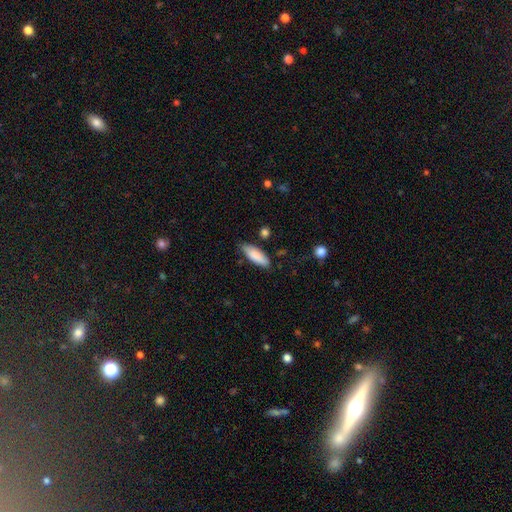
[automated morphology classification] Smooth or featured? Predicted: smooth (p=0.86). How rounded? Predicted: in between (p=0.63). Merging? Predicted: none (p=0.80).